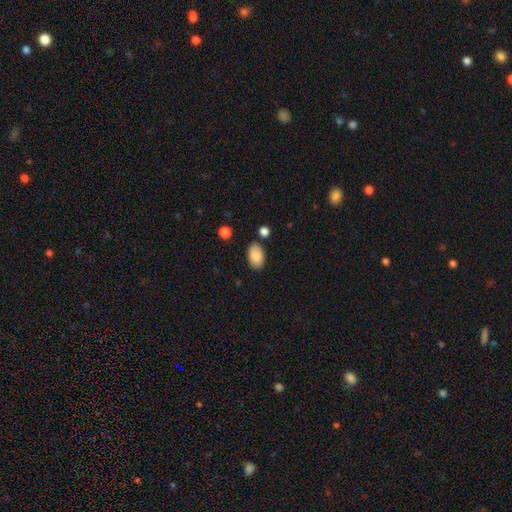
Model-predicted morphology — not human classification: Smooth or featured?
  - smooth: 85% *
  - featured or disk: 8%
  - star or artifact: 7%
How rounded?
  - in between: 93% *
  - round: 6%
  - cigar-shaped: 1%
Merging?
  - none: 84% *
  - minor disturbance: 10%
  - merger: 4%
  - major disturbance: 2%